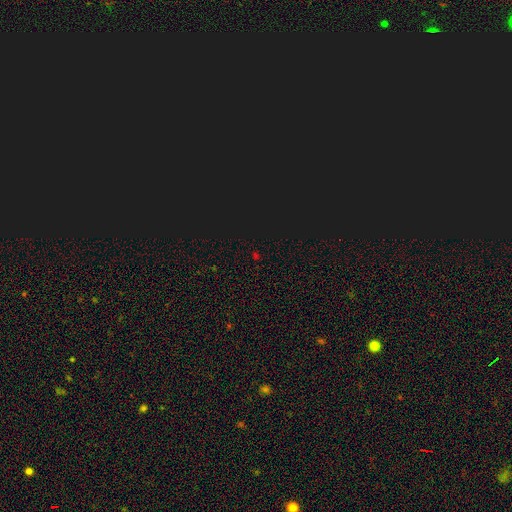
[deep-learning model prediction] star or artifact 72%, smooth 22%, featured or disk 6%.